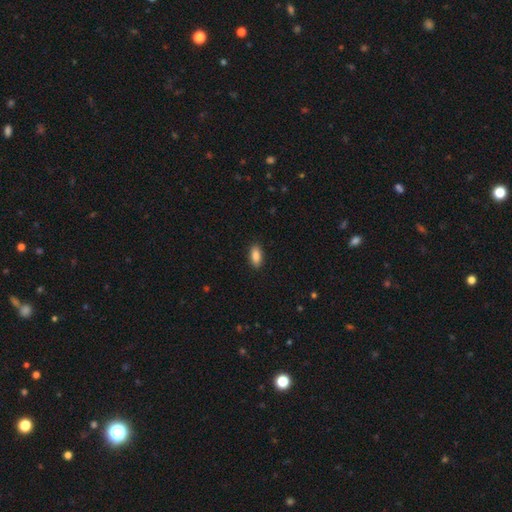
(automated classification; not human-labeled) Smooth or featured: smooth — 87% (star or artifact — 7%)
How rounded: in between — 89% (cigar-shaped — 8%)
Merging: none — 89% (minor disturbance — 8%)